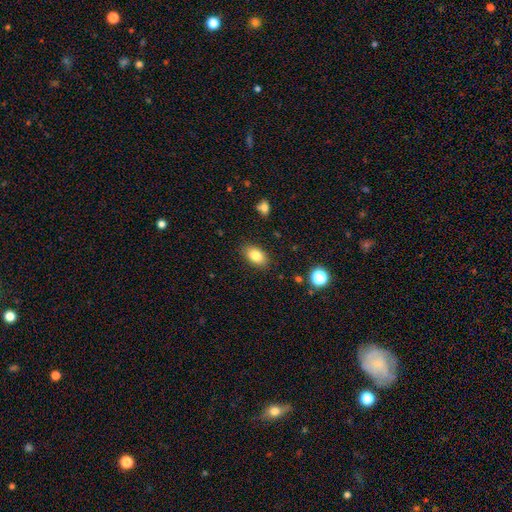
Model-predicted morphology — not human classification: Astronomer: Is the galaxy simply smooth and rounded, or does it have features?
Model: smooth — 83%.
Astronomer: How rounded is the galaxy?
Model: in between — 89%.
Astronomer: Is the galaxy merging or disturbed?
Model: none — 86%.